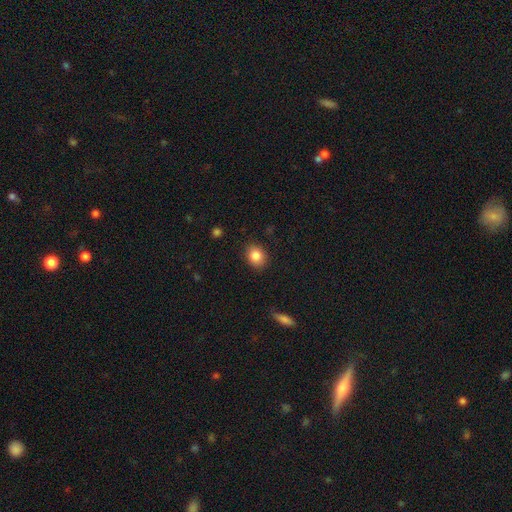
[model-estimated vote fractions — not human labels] Smooth or featured? Predicted: smooth (p=0.84). How rounded? Predicted: round (p=0.55). Merging? Predicted: none (p=0.87).